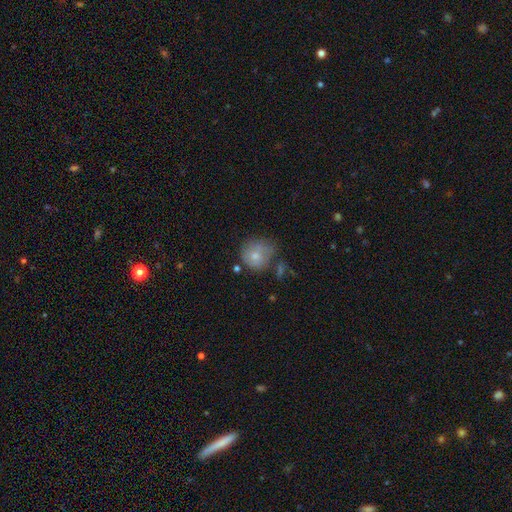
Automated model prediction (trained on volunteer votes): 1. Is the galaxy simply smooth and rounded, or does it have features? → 68% smooth, 25% featured or disk, 8% star or artifact.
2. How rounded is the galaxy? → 82% round, 17% in between, 1% cigar-shaped.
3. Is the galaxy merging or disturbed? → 49% none, 29% minor disturbance, 13% major disturbance, 10% merger.